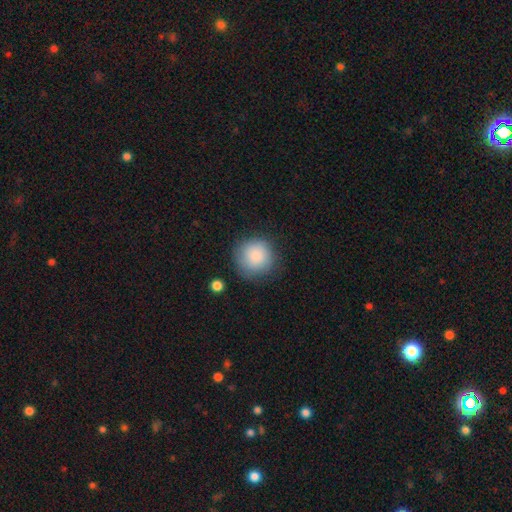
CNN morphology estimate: This is clearly a smooth galaxy (86%). How rounded: clearly round (93%). Merging: likely none (78%).